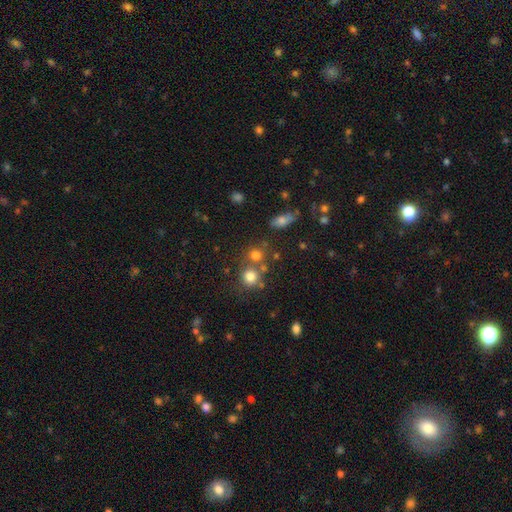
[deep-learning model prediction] This appears to be a smooth galaxy with no disk features (72%) that is round (87%). Merging: none (60%).